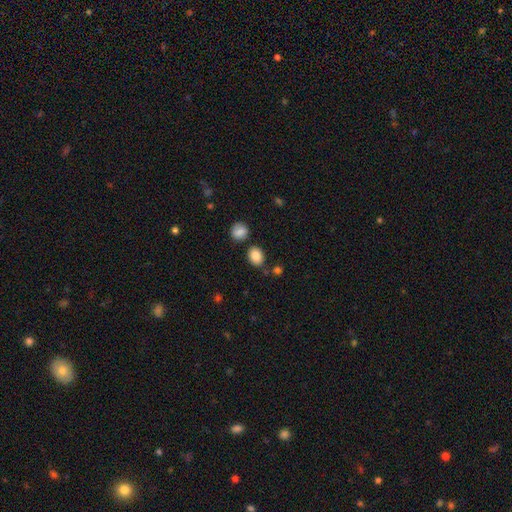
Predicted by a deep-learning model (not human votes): smooth_or_featured: smooth (p=0.86) [alt: star or artifact p=0.09]
how_rounded: in between (p=0.57) [alt: round p=0.42]
merging: none (p=0.76) [alt: minor disturbance p=0.12]